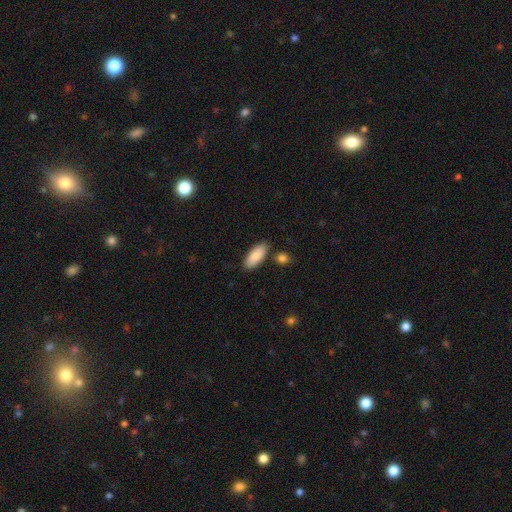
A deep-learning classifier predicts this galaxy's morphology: A smooth galaxy with no disk features (86%) that is in between round and cigar-shaped (81%).

Vote fractions:
- Smooth or featured? smooth: 86% / featured or disk: 8% / star or artifact: 6%
- How rounded? in between: 81% / cigar-shaped: 17% / round: 2%
- Merging? none: 83% / minor disturbance: 10% / merger: 5% / major disturbance: 2%